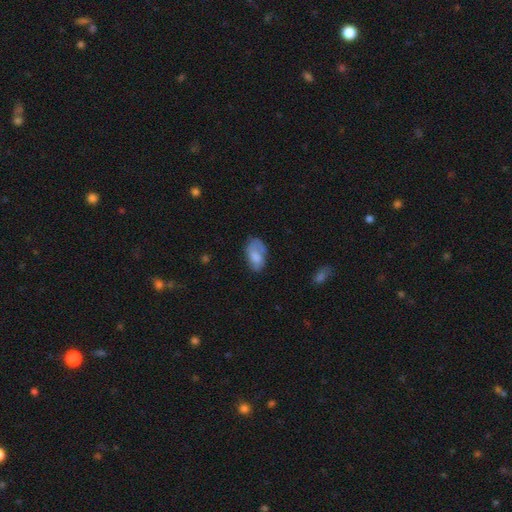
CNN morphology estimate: Overall: smooth (66%; featured or disk 26%). How rounded: in between (92%). Merging: none (46%; minor disturbance 32%).